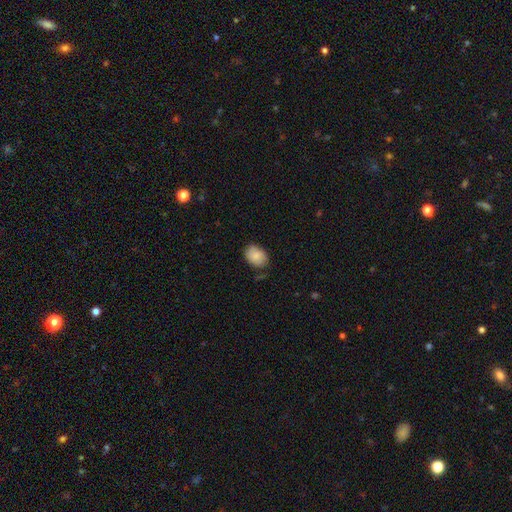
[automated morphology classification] type=smooth (85%); roundness=in between (72%); merging=none (72%).